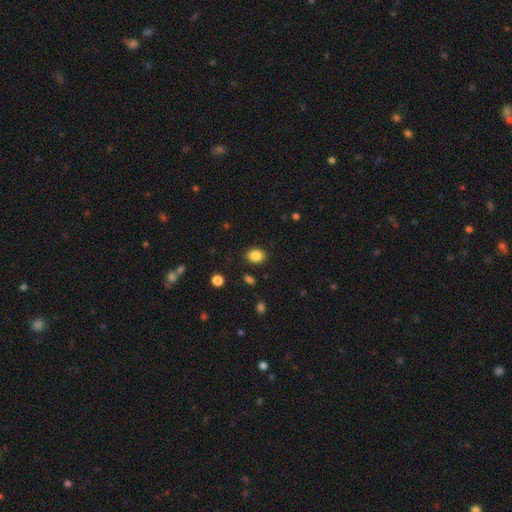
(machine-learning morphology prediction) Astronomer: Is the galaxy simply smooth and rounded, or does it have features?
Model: smooth — 86%.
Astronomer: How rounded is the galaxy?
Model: in between — 57% (runner-up: round, 42%).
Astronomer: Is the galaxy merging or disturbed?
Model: none — 87%.